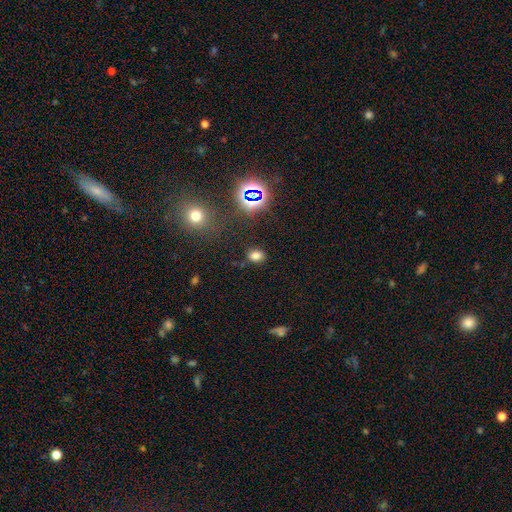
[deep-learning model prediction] Smooth or featured? smooth (71%)
How rounded? in between (58%)
Merging? none (83%)